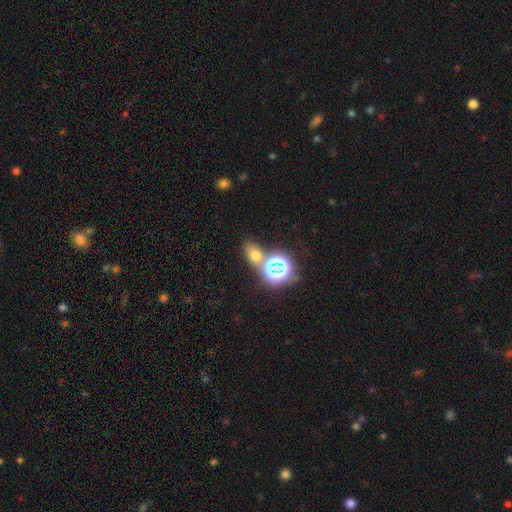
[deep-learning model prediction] smooth_or_featured: smooth (p=0.55) [alt: star or artifact p=0.34]
how_rounded: in between (p=0.65) [alt: round p=0.32]
merging: none (p=0.61) [alt: merger p=0.24]